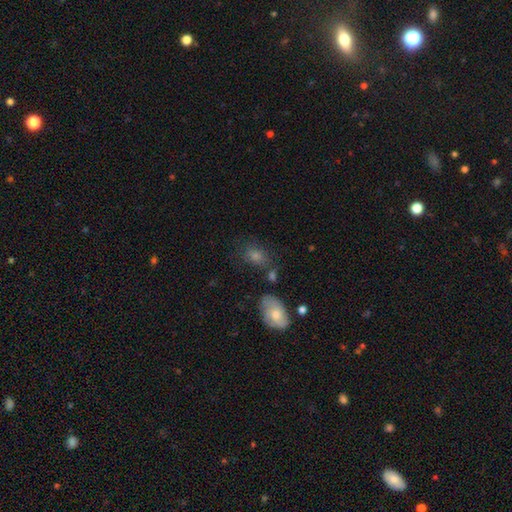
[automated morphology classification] type=smooth (57%); roundness=in between (65%); merging=none (63%).